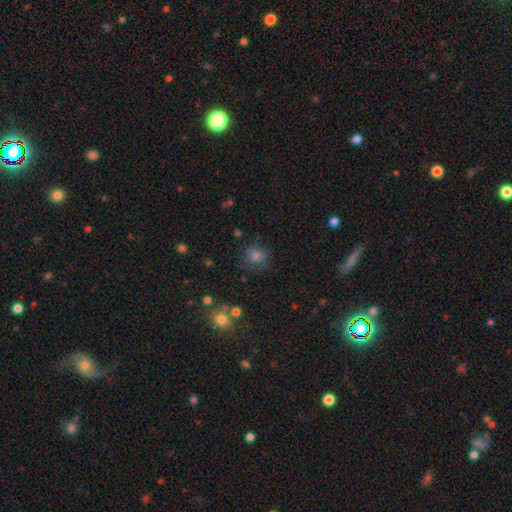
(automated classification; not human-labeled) Overall: smooth (61%; star or artifact 24%). How rounded: round (84%). Merging: none (76%).